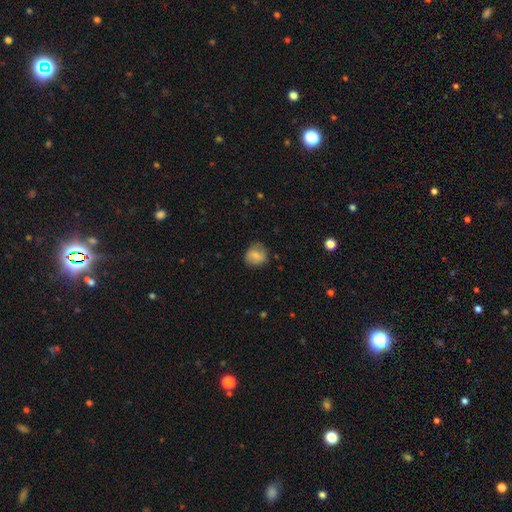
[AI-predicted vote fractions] A smooth galaxy with no disk features (75%) that is round (76%).

Vote fractions:
- Smooth or featured? smooth: 75% / featured or disk: 17% / star or artifact: 9%
- How rounded? round: 76% / in between: 23% / cigar-shaped: 1%
- Merging? none: 77% / minor disturbance: 16% / major disturbance: 5% / merger: 1%